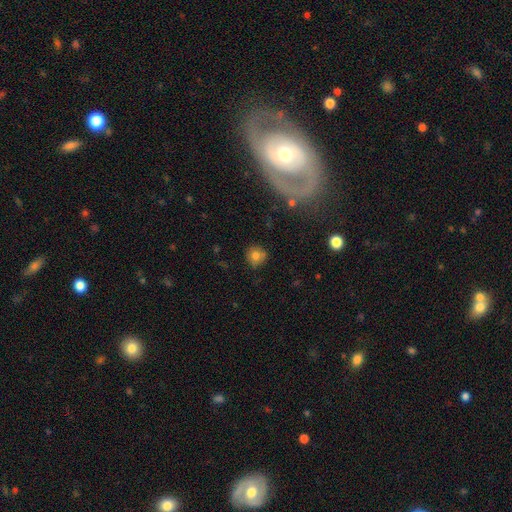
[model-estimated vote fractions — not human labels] The model was most divided on "merging": none: 79%, minor disturbance: 15%, major disturbance: 3%, merger: 3%. More confident: how rounded — round (88%); smooth or featured — smooth (76%).